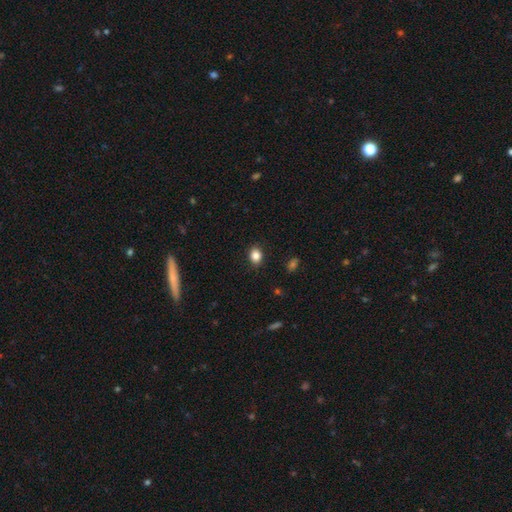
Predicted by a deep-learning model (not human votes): The model was most divided on "how rounded": in between: 55%, round: 44%, cigar-shaped: 1%. More confident: merging — none (88%); smooth or featured — smooth (84%).